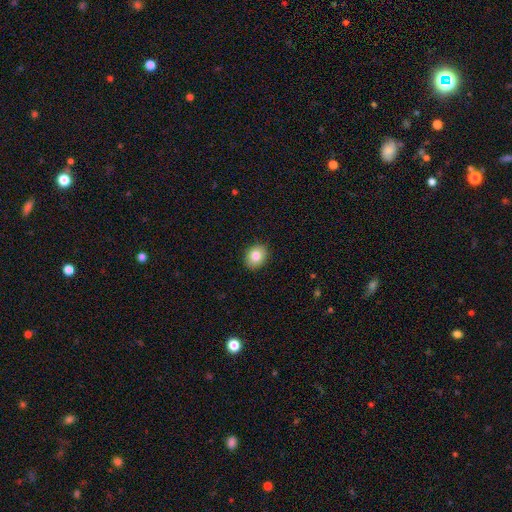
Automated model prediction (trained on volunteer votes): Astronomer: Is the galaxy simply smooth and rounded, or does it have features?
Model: smooth — 82%.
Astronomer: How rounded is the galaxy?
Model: in between — 52% (runner-up: round, 47%).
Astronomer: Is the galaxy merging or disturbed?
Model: none — 90%.